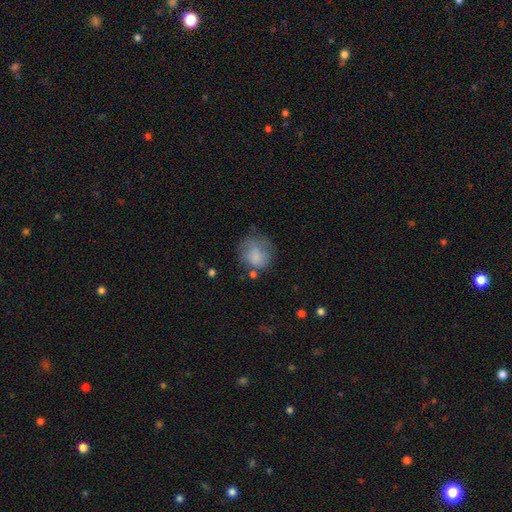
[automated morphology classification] Q: Smooth or featured?
A: smooth (72%); runner-up: featured or disk (19%)
Q: How rounded?
A: round (74%); runner-up: in between (25%)
Q: Merging?
A: none (45%); runner-up: minor disturbance (28%)